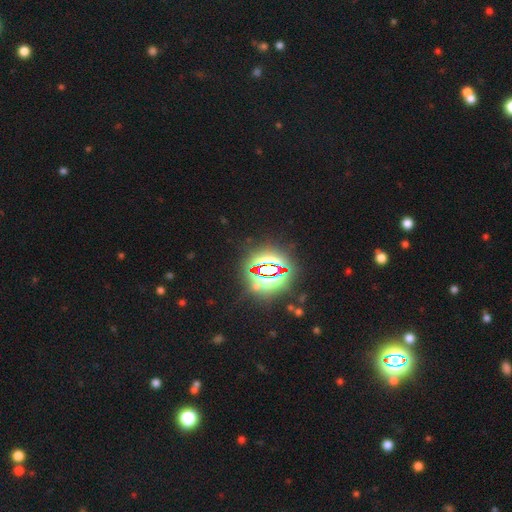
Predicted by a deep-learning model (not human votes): Morphology: type=star or artifact (84%).